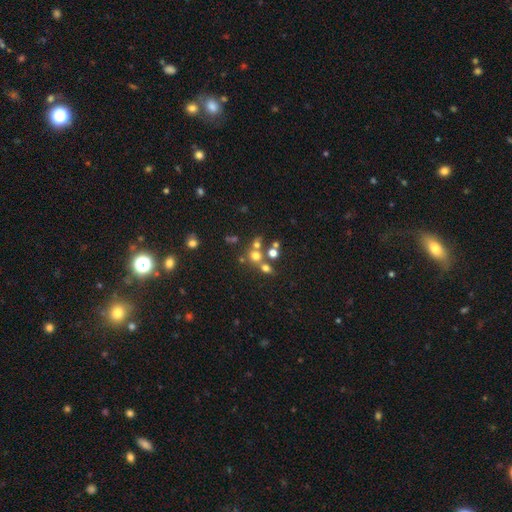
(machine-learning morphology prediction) Smooth or featured?
  - smooth: 59% *
  - star or artifact: 24%
  - featured or disk: 17%
How rounded?
  - round: 83% *
  - in between: 16%
  - cigar-shaped: 1%
Merging?
  - none: 49% *
  - merger: 38%
  - minor disturbance: 8%
  - major disturbance: 5%